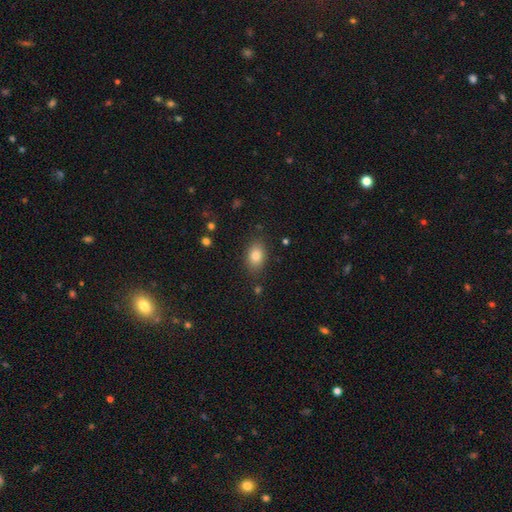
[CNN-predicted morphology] Q: Smooth or featured?
A: smooth (83%); runner-up: star or artifact (9%)
Q: How rounded?
A: in between (82%); runner-up: round (17%)
Q: Merging?
A: none (82%); runner-up: minor disturbance (12%)